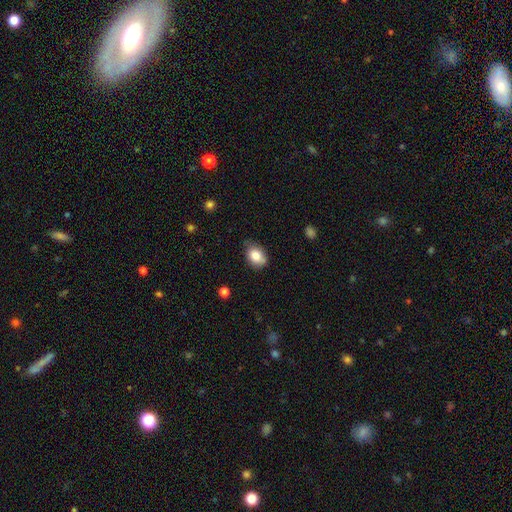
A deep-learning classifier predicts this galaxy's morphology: type=smooth (83%); roundness=in between (76%); merging=none (67%).